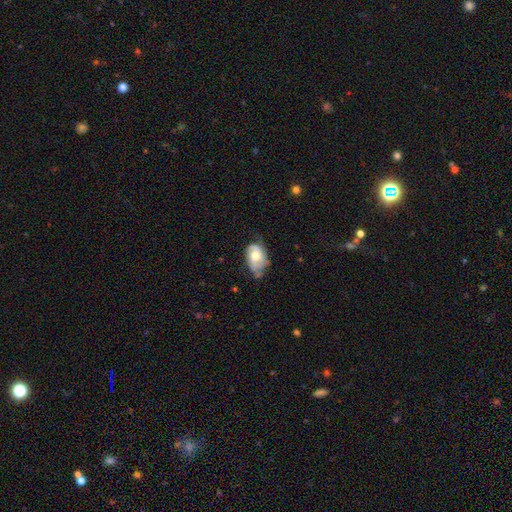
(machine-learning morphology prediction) featured or disk 48%, smooth 44%, star or artifact 7%. Down the decision tree: merging — none (41%).